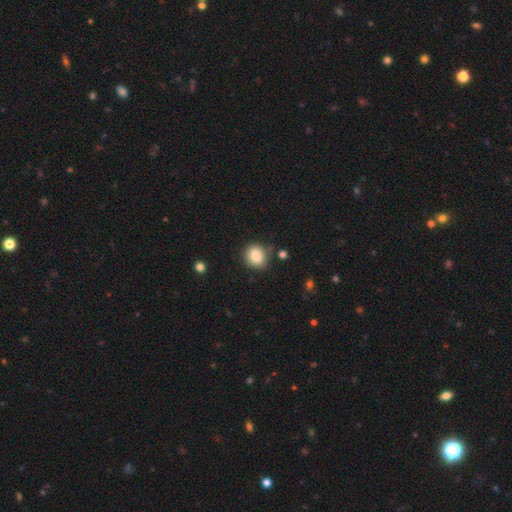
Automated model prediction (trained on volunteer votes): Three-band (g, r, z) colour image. It shows a smooth galaxy with no disk features (84%) that is round (77%). Merging: none (78%).